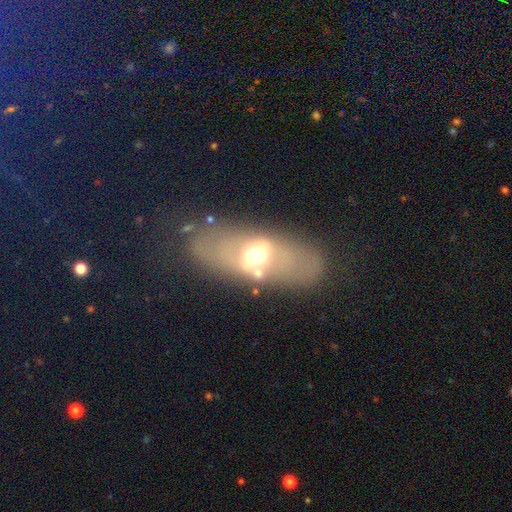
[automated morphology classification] A featured or disk galaxy (49%). Merging: none (69%).